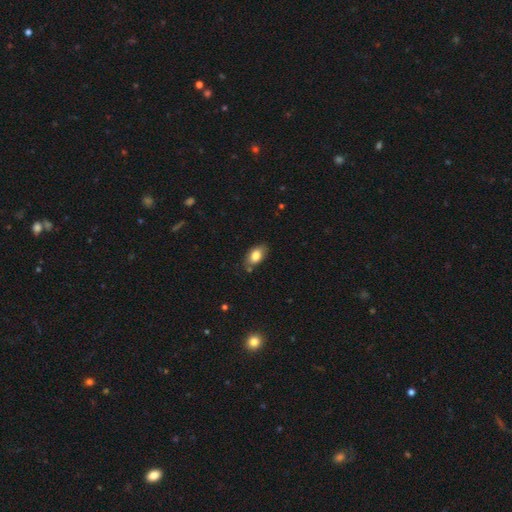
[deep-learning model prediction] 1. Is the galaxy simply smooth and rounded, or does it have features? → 81% smooth, 11% featured or disk, 8% star or artifact.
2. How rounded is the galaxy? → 90% in between, 8% round, 3% cigar-shaped.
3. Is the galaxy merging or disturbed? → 76% none, 17% minor disturbance, 4% merger, 3% major disturbance.